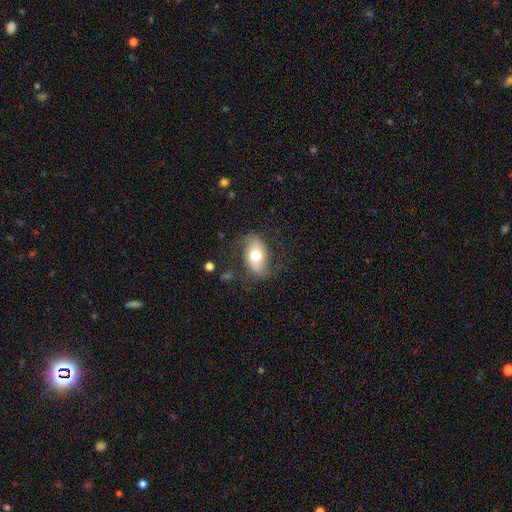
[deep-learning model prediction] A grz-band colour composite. It shows a smooth galaxy with no disk features (54%) that is in between round and cigar-shaped (87%). Merging: none (69%).